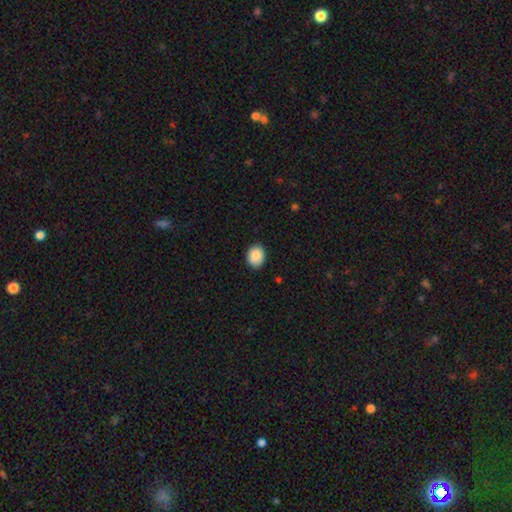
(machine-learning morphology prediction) Smooth or featured? smooth (89%)
How rounded? in between (51%)
Merging? none (87%)